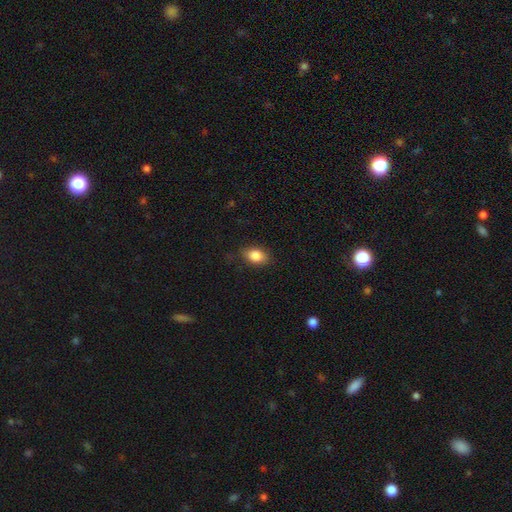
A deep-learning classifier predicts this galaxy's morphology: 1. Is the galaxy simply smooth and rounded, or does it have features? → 85% smooth, 8% star or artifact, 7% featured or disk.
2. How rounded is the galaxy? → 82% in between, 16% round, 2% cigar-shaped.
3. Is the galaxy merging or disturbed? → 82% none, 14% minor disturbance, 3% major disturbance, 1% merger.